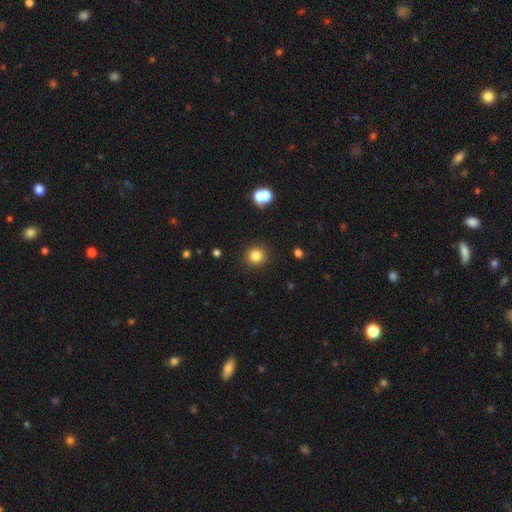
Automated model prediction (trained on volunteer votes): This is clearly a smooth galaxy (82%). How rounded: clearly round (92%). Merging: clearly none (90%).